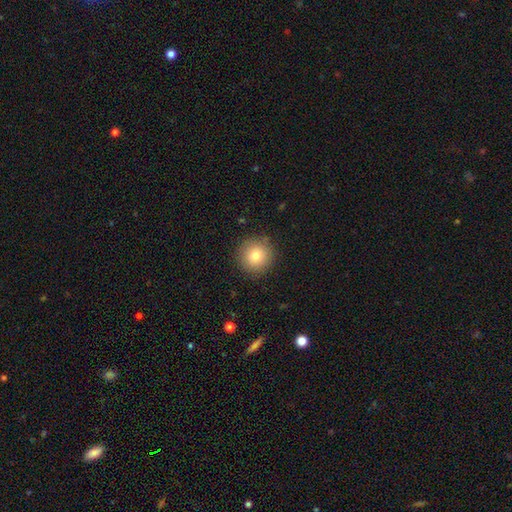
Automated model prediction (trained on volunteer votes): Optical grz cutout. It shows a smooth galaxy with no disk features (79%) that is round (95%). Merging: none (90%).